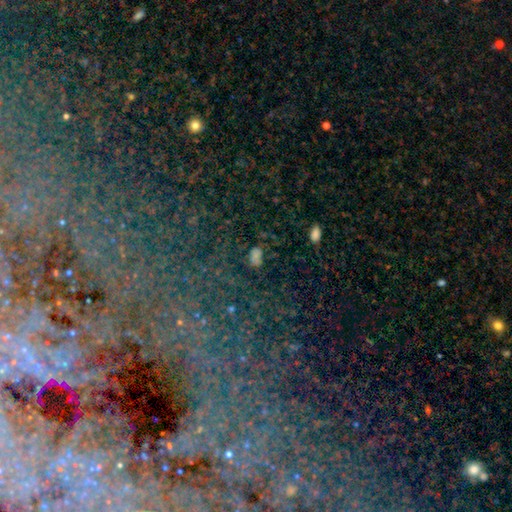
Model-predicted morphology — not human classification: This appears to be a star or artifact, not a galaxy (56%).